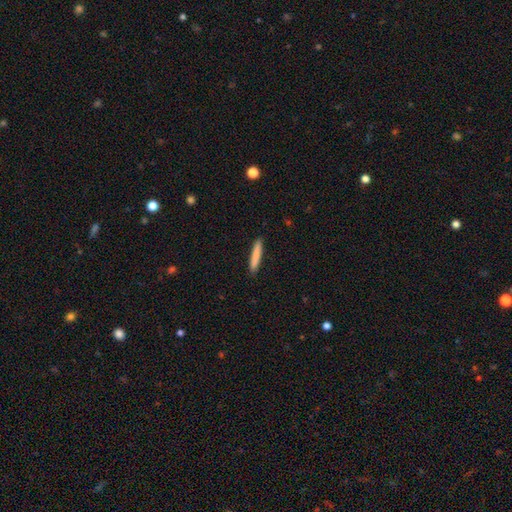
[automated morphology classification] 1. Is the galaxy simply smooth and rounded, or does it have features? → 84% smooth, 11% featured or disk, 6% star or artifact.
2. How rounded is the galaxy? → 93% cigar-shaped, 5% in between, 1% round.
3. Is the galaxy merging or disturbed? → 91% none, 7% minor disturbance, 1% major disturbance, 1% merger.